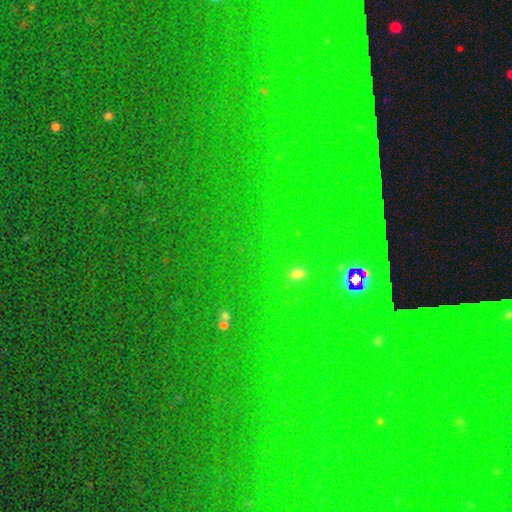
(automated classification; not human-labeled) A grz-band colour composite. It shows a star or artifact, not a galaxy (78%).